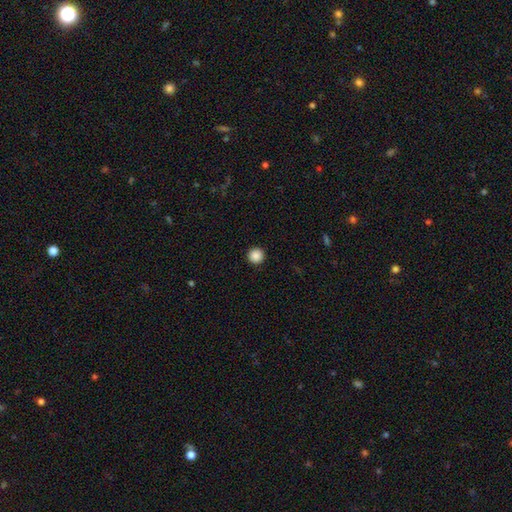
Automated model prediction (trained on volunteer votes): Smooth or featured? Predicted: smooth (p=0.88). How rounded? Predicted: round (p=0.96). Merging? Predicted: none (p=0.94).